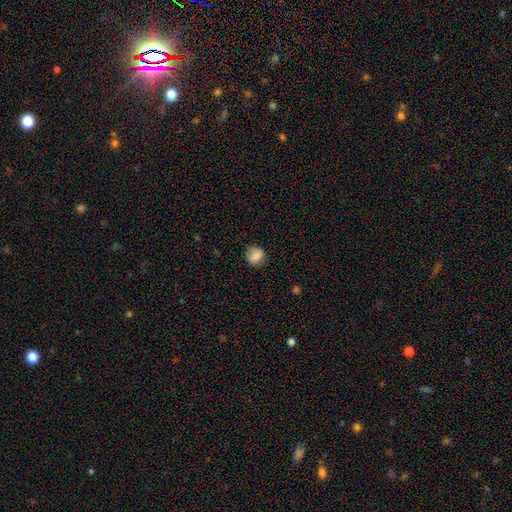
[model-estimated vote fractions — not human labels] A smooth galaxy with no disk features (82%) that is round (77%).

Vote fractions:
- Smooth or featured? smooth: 82% / featured or disk: 9% / star or artifact: 8%
- How rounded? round: 77% / in between: 22% / cigar-shaped: 1%
- Merging? none: 79% / minor disturbance: 16% / major disturbance: 4% / merger: 1%